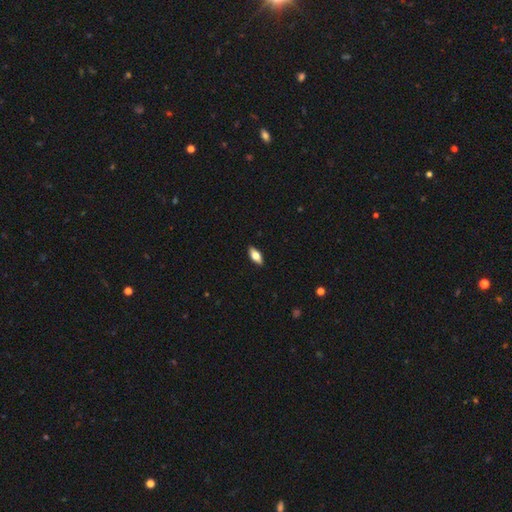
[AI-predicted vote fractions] The model was most divided on "smooth or featured": smooth: 64%, featured or disk: 30%, star or artifact: 7%. More confident: merging — none (89%); how rounded — in between (81%).